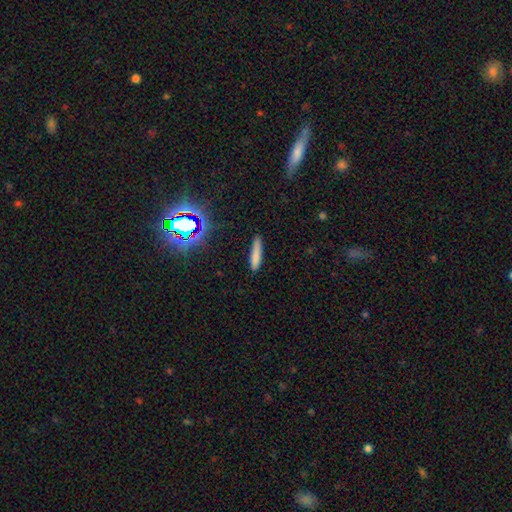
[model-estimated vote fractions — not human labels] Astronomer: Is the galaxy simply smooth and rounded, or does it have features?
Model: smooth — 79%.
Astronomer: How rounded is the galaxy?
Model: cigar-shaped — 86%.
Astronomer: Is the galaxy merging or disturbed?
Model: none — 83%.